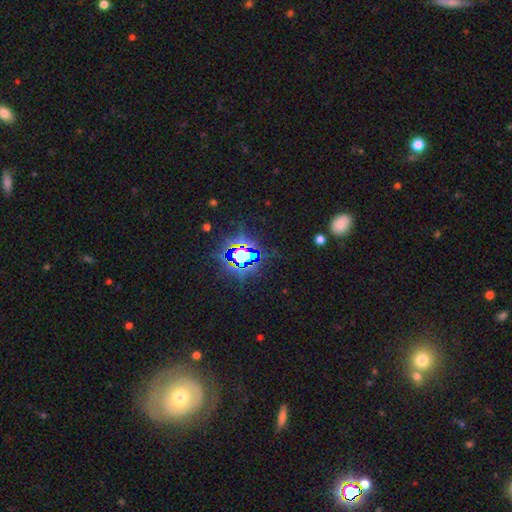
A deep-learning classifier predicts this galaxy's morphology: A star or artifact, not a galaxy (78%).